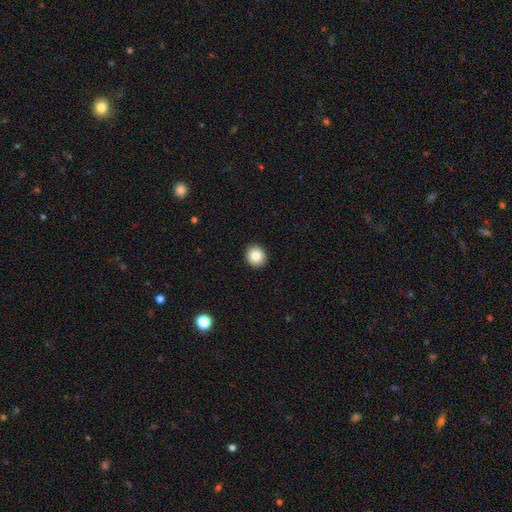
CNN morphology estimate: Overall: smooth (85%). How rounded: round (89%). Merging: none (93%).